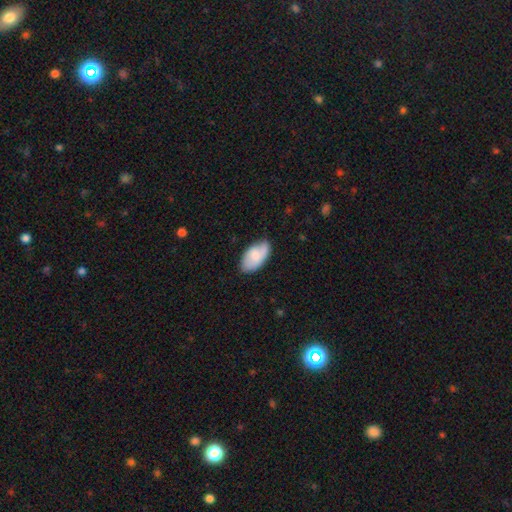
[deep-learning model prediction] Q: Smooth or featured?
A: smooth (69%); runner-up: featured or disk (24%)
Q: How rounded?
A: in between (95%); runner-up: round (3%)
Q: Merging?
A: none (66%); runner-up: minor disturbance (27%)